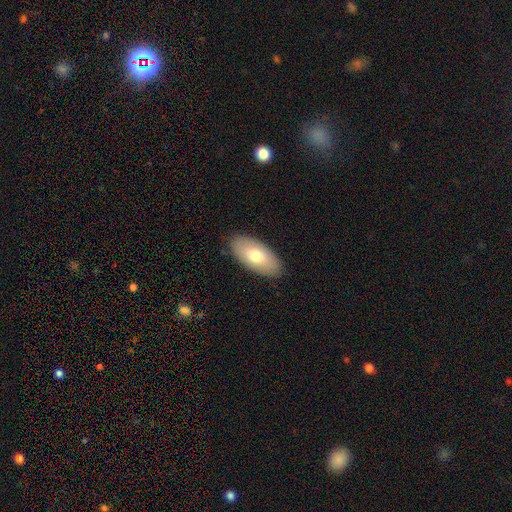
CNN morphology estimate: A smooth galaxy with no disk features (74%) that is in between round and cigar-shaped (93%).

Vote fractions:
- Smooth or featured? smooth: 74% / featured or disk: 20% / star or artifact: 6%
- How rounded? in between: 93% / cigar-shaped: 4% / round: 2%
- Merging? none: 88% / minor disturbance: 9% / major disturbance: 2% / merger: 1%